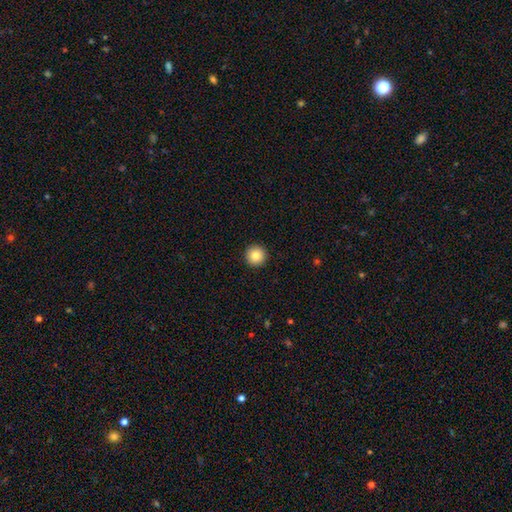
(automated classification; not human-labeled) This is clearly a smooth galaxy (85%). How rounded: clearly round (96%). Merging: clearly none (94%).